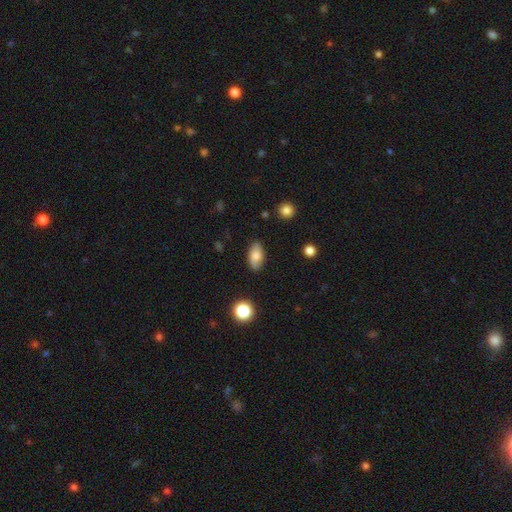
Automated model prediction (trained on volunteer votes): Overall: smooth (77%). How rounded: in between (90%). Merging: none (84%).